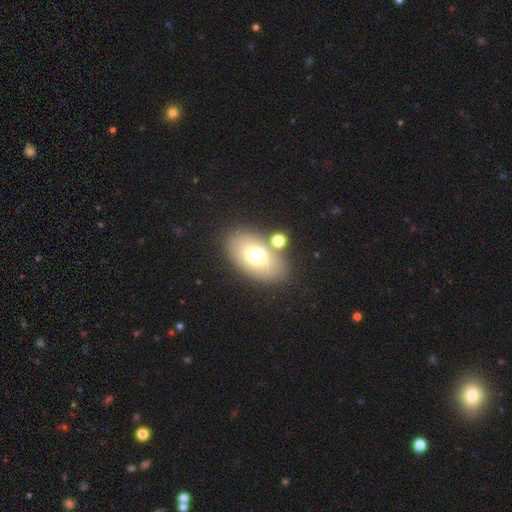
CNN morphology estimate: A smooth galaxy with no disk features (67%) that is in between round and cigar-shaped (91%).

Vote fractions:
- Smooth or featured? smooth: 67% / featured or disk: 23% / star or artifact: 10%
- How rounded? in between: 91% / round: 8% / cigar-shaped: 2%
- Merging? none: 71% / merger: 13% / minor disturbance: 12% / major disturbance: 5%